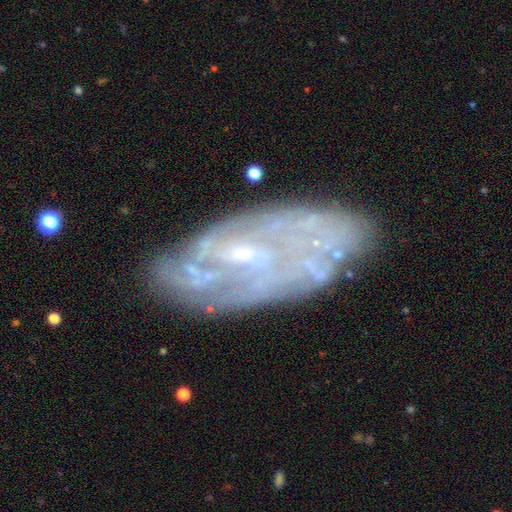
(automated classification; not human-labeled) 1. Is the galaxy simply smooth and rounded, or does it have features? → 74% featured or disk, 15% smooth, 10% star or artifact.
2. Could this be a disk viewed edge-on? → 90% no, 10% yes.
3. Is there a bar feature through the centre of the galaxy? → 51% no, 37% weak, 11% strong.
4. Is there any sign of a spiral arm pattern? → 76% yes, 24% no.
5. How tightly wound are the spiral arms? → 55% tight, 30% medium, 15% loose.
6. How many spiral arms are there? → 54% can't tell, 15% 2, 10% 3, 8% 4, 6% 1, 6% more than 4.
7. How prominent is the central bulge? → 70% small, 15% moderate, 13% none, 1% large, 1% dominant.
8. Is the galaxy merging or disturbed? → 71% none, 18% minor disturbance, 8% major disturbance, 3% merger.